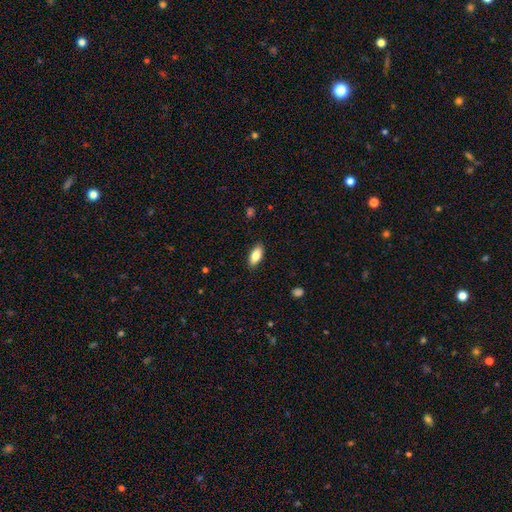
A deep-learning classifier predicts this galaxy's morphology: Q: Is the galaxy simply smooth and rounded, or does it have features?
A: smooth — 84%.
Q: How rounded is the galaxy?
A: in between — 87%.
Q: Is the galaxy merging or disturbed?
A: none — 88%.